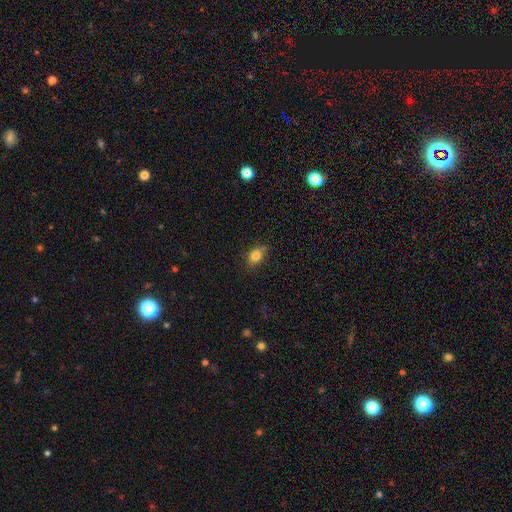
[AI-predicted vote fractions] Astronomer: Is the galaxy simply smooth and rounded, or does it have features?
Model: smooth — 82%.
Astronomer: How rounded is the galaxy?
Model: in between — 67%.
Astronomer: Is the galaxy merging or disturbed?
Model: none — 75%.